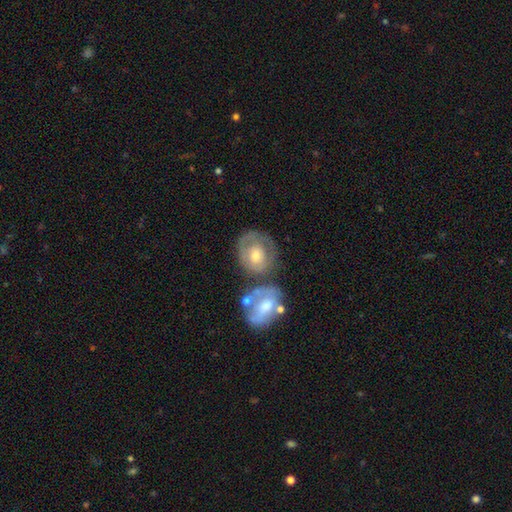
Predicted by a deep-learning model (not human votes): smooth-or-featured: featured or disk: 55% | smooth: 38% | star or artifact: 7%
  disk-edge-on: no: 96% | yes: 4%
    bar: no: 78% | weak: 17% | strong: 5%
    has-spiral-arms: no: 56% | yes: 44%
    bulge-size: moderate: 64% | small: 23% | large: 9% | none: 3% | dominant: 2%
  merging: none: 51% | merger: 20% | minor disturbance: 18% | major disturbance: 11%